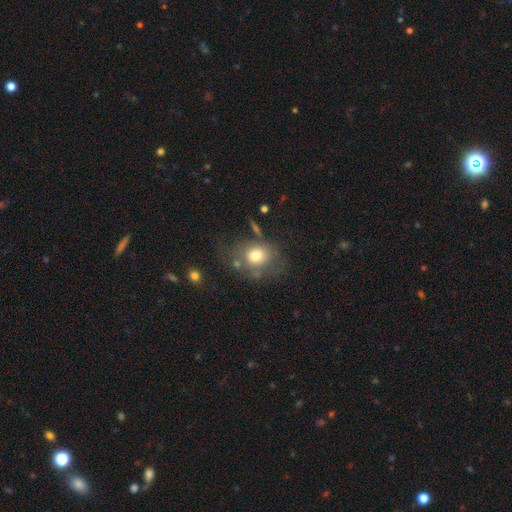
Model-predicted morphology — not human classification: smooth-or-featured: smooth: 69% | featured or disk: 21% | star or artifact: 11%
  how-rounded: round: 57% | in between: 42% | cigar-shaped: 1%
  merging: none: 53% | minor disturbance: 21% | major disturbance: 18% | merger: 8%